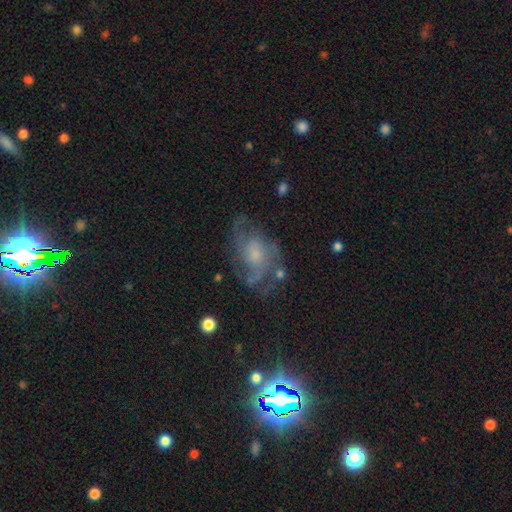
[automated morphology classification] Smooth or featured: featured or disk — 71% (smooth — 19%)
Edge-on disk: no — 97% (yes — 3%)
Bar: no — 71% (weak — 26%)
Spiral arms: yes — 84% (no — 16%)
Spiral winding: medium — 46% (tight — 28%)
Spiral arm count: can't tell — 34% (2 — 25%)
Bulge size: small — 40% (moderate — 38%)
Merging: none — 56% (minor disturbance — 21%)